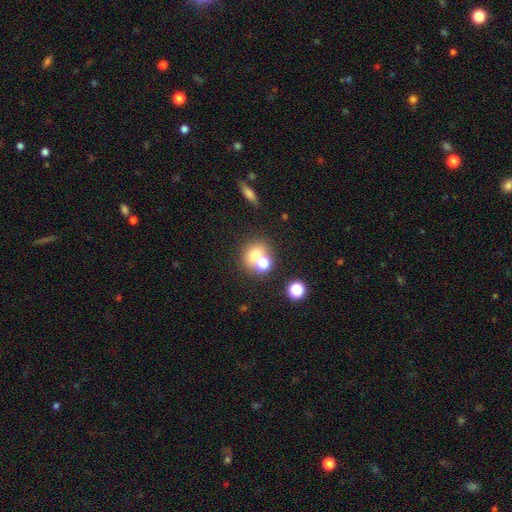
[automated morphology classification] This is likely a smooth galaxy (68%). How rounded: likely round (71%). Merging: possibly none (47%).